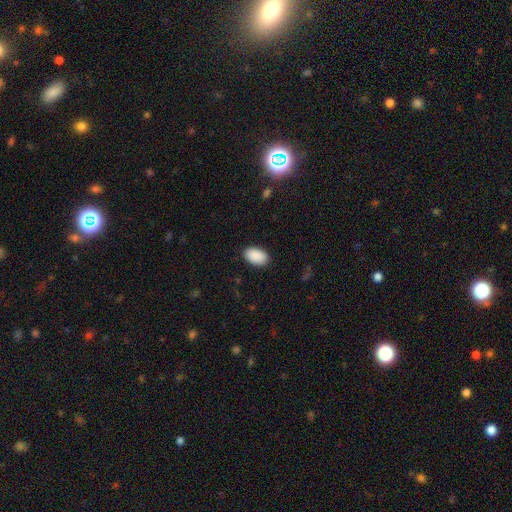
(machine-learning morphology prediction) The model was most divided on "merging": none: 89%, minor disturbance: 8%, major disturbance: 2%, merger: 1%. More confident: how rounded — in between (93%); smooth or featured — smooth (91%).